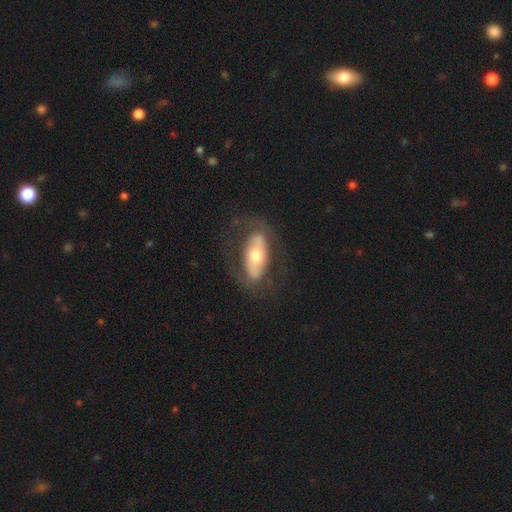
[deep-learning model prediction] Morphology: type=featured or disk (56%); edge-on=no (85%); merging=none (73%).